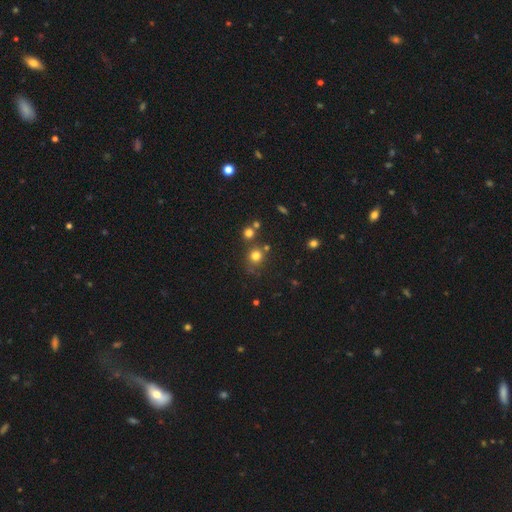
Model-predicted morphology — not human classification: Smooth or featured: smooth — 76% (star or artifact — 17%)
How rounded: round — 85% (in between — 14%)
Merging: none — 68% (merger — 15%)